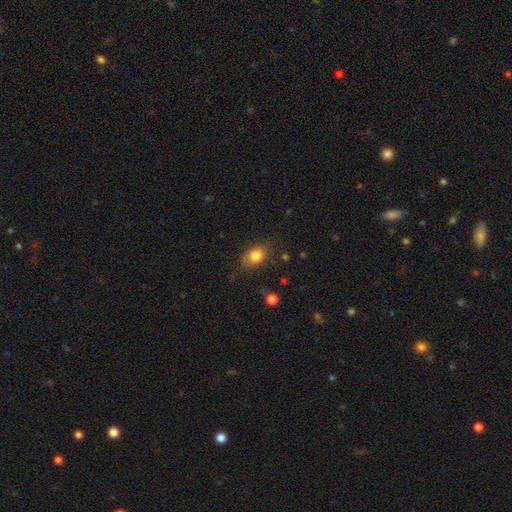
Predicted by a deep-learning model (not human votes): smooth_or_featured: smooth (p=0.81) [alt: featured or disk p=0.09]
how_rounded: in between (p=0.69) [alt: round p=0.29]
merging: none (p=0.69) [alt: minor disturbance p=0.22]